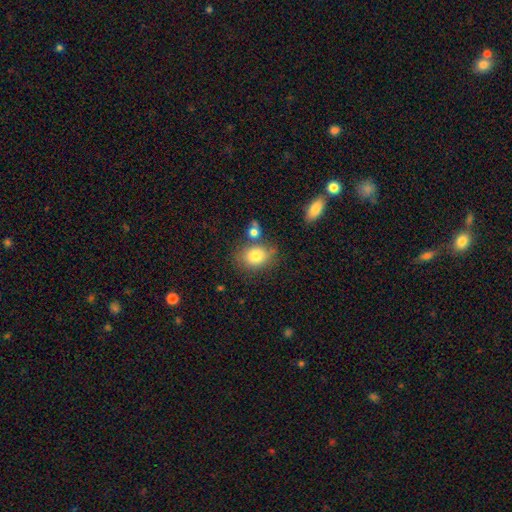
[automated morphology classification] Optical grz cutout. It shows a smooth galaxy with no disk features (80%) that is in between round and cigar-shaped (54%). Merging: none (66%).